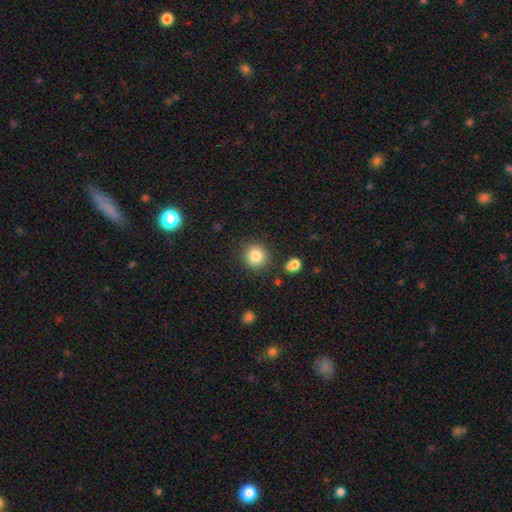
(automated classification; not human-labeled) smooth 84%, star or artifact 10%, featured or disk 6%. Down the decision tree: how rounded — round (90%); merging — none (85%).